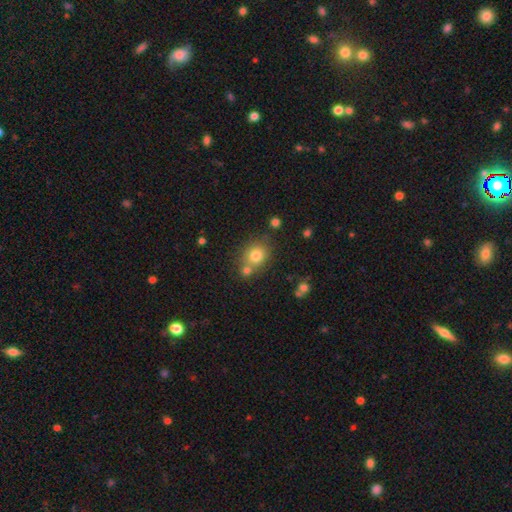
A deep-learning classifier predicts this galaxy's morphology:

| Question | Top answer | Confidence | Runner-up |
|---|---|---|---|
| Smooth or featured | smooth | 78% | star or artifact (12%) |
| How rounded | round | 72% | in between (27%) |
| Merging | none | 63% | merger (22%) |